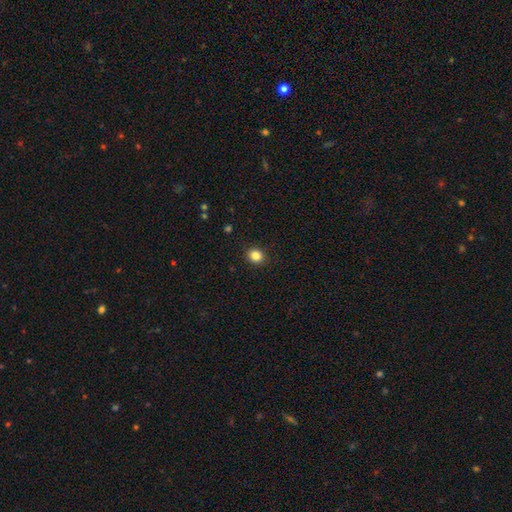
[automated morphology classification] Smooth or featured?
  - smooth: 84% *
  - star or artifact: 11%
  - featured or disk: 4%
How rounded?
  - round: 77% *
  - in between: 22%
  - cigar-shaped: 1%
Merging?
  - none: 92% *
  - minor disturbance: 6%
  - major disturbance: 2%
  - merger: 1%